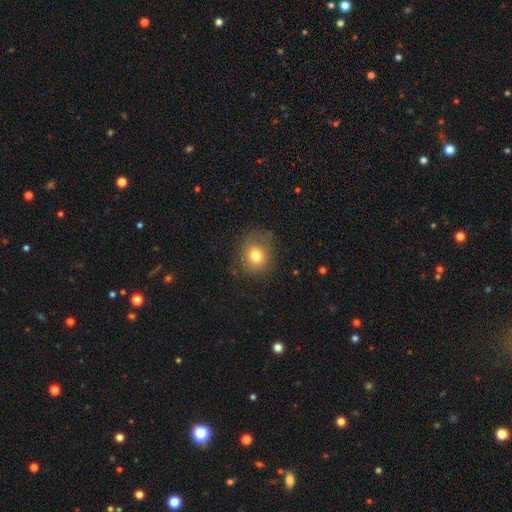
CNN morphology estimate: Smooth or featured? Predicted: smooth (p=0.76). How rounded? Predicted: round (p=0.79). Merging? Predicted: none (p=0.70).